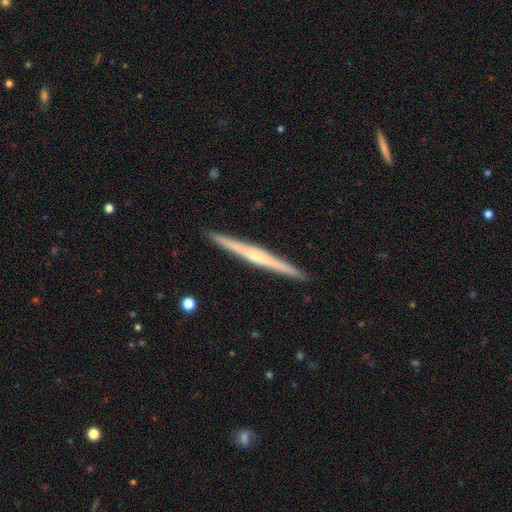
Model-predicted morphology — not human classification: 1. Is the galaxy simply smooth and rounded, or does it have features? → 71% featured or disk, 24% smooth, 6% star or artifact.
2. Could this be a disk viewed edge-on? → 98% yes, 2% no.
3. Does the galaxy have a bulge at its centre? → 54% rounded, 38% none, 8% boxy.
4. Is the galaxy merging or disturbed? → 93% none, 5% minor disturbance, 1% major disturbance, 1% merger.